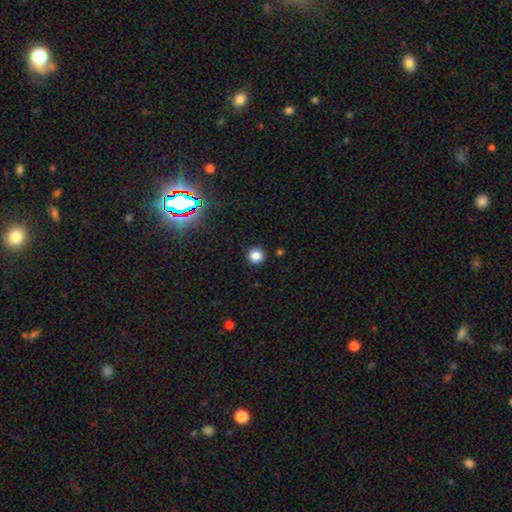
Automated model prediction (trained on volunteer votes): Q: Smooth or featured?
A: smooth (83%); runner-up: star or artifact (13%)
Q: How rounded?
A: round (94%); runner-up: in between (5%)
Q: Merging?
A: none (91%); runner-up: minor disturbance (6%)